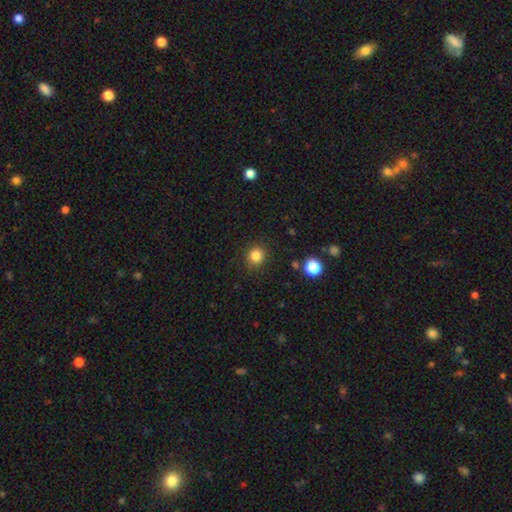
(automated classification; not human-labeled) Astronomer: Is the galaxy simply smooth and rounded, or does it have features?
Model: smooth — 83%.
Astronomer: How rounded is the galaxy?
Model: round — 91%.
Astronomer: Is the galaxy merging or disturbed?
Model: none — 89%.